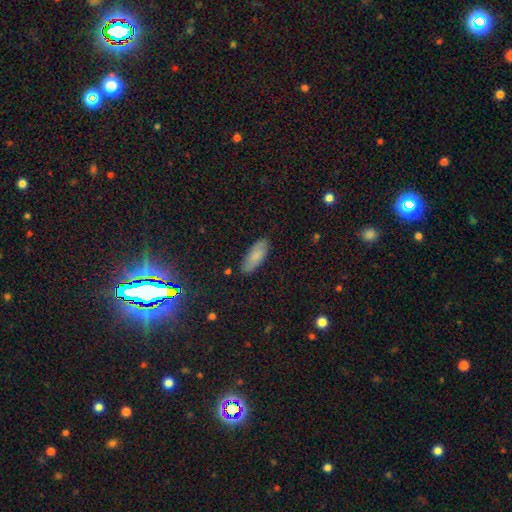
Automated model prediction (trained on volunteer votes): The model was most divided on "how rounded": in between: 77%, cigar-shaped: 21%, round: 2%. More confident: merging — none (84%); smooth or featured — smooth (79%).